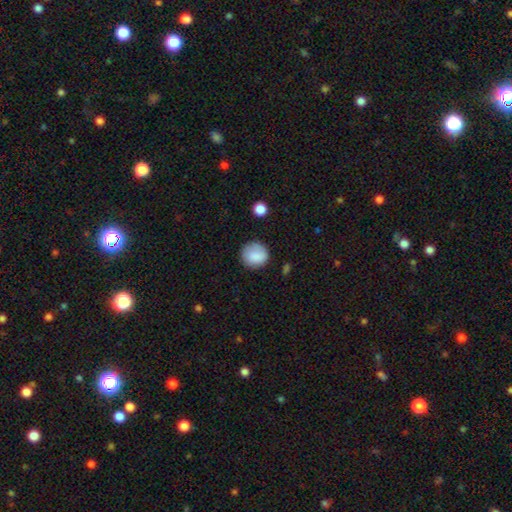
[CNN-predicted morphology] This appears to be a smooth galaxy with no disk features (86%) that is round (88%). Merging: none (81%).